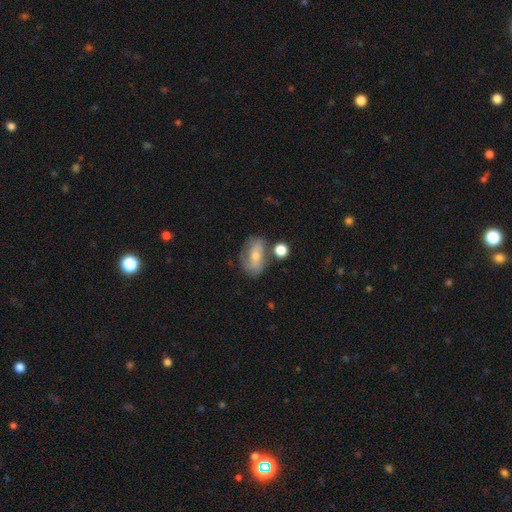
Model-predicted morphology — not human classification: Smooth or featured? featured or disk (46%)
Merging? none (56%)